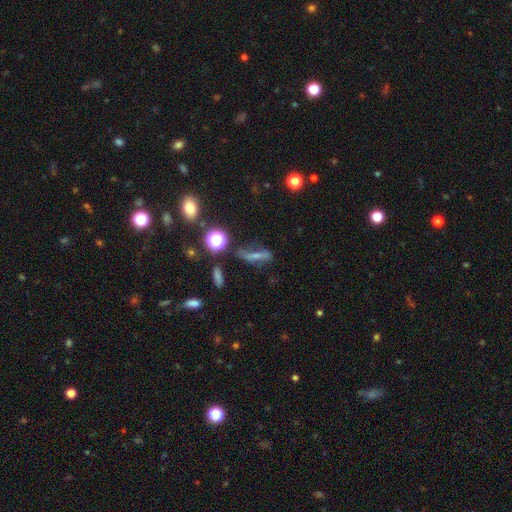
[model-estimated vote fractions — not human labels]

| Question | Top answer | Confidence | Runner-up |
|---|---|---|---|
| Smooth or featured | smooth | 49% | featured or disk (27%) |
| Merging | none | 51% | minor disturbance (22%) |